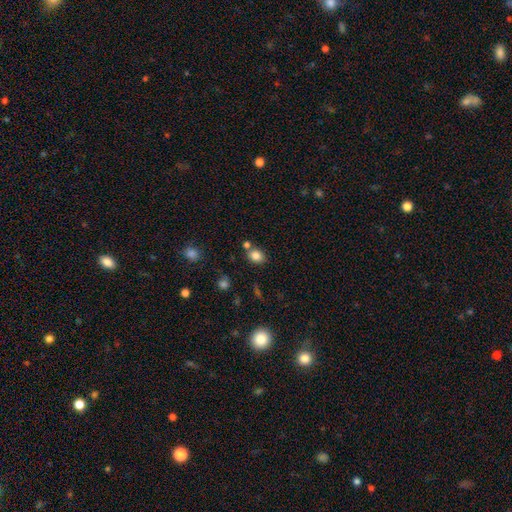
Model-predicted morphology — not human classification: A smooth galaxy with no disk features (82%) that is in between round and cigar-shaped (54%).

Vote fractions:
- Smooth or featured? smooth: 82% / star or artifact: 11% / featured or disk: 7%
- How rounded? in between: 54% / round: 45% / cigar-shaped: 1%
- Merging? none: 69% / merger: 17% / minor disturbance: 11% / major disturbance: 3%